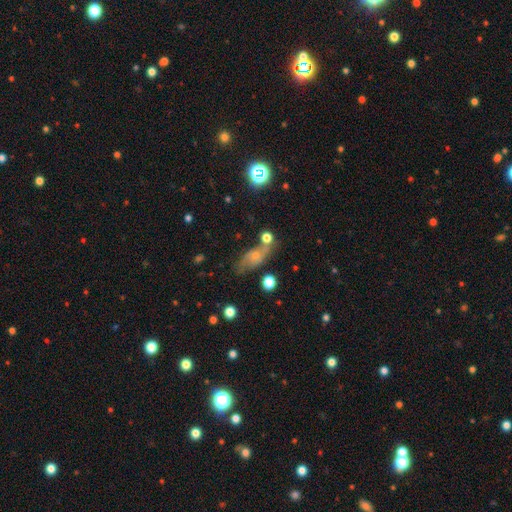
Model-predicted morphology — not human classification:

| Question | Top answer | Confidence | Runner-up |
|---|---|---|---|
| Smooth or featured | smooth | 51% | featured or disk (35%) |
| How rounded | in between | 69% | cigar-shaped (16%) |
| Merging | none | 49% | minor disturbance (23%) |